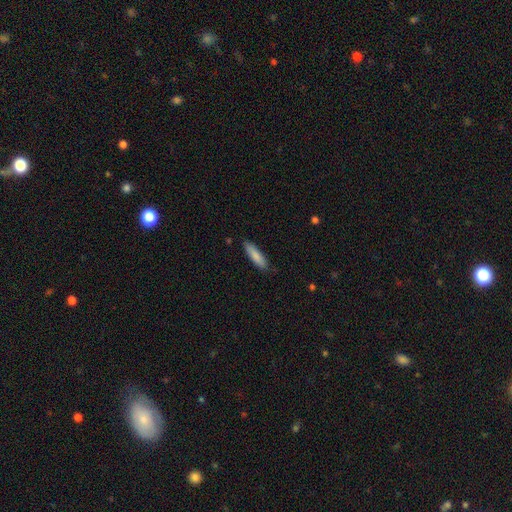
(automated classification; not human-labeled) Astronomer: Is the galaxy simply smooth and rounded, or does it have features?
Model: smooth — 84%.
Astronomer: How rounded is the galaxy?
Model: cigar-shaped — 70%.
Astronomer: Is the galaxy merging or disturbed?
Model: none — 85%.